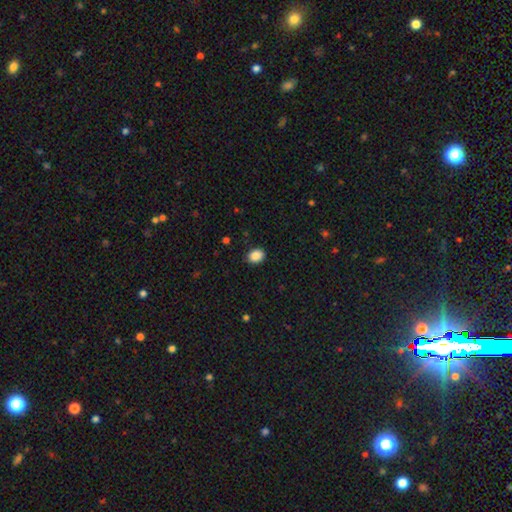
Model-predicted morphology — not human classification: Smooth or featured: smooth — 89% (star or artifact — 8%)
How rounded: in between — 60% (round — 39%)
Merging: none — 87% (minor disturbance — 9%)